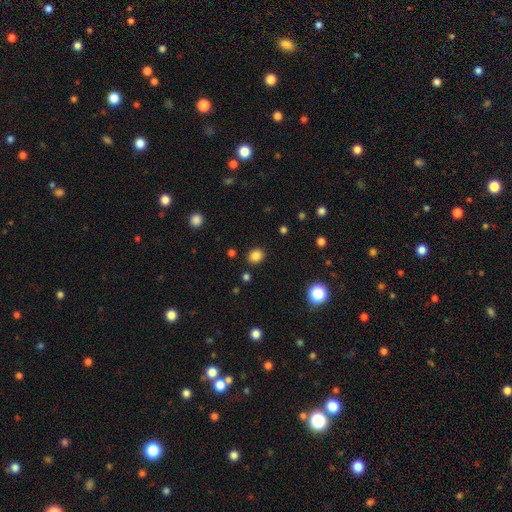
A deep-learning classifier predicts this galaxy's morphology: smooth 83%, star or artifact 13%, featured or disk 4%. Down the decision tree: how rounded — round (77%); merging — none (89%).